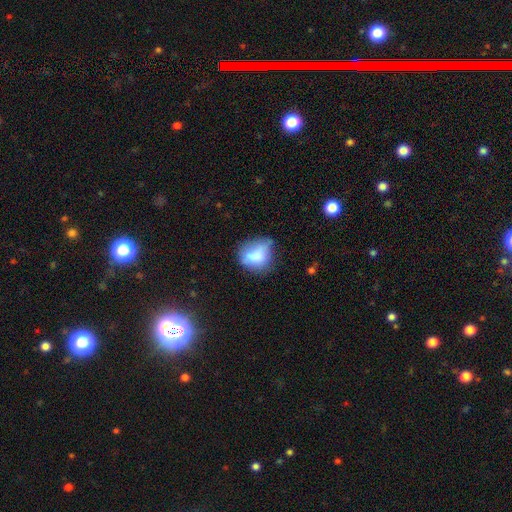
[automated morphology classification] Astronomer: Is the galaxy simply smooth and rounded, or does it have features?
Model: smooth — 74%.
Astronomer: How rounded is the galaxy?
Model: round — 51% (runner-up: in between, 48%).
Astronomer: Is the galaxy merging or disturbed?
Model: none — 42% (runner-up: minor disturbance, 35%).